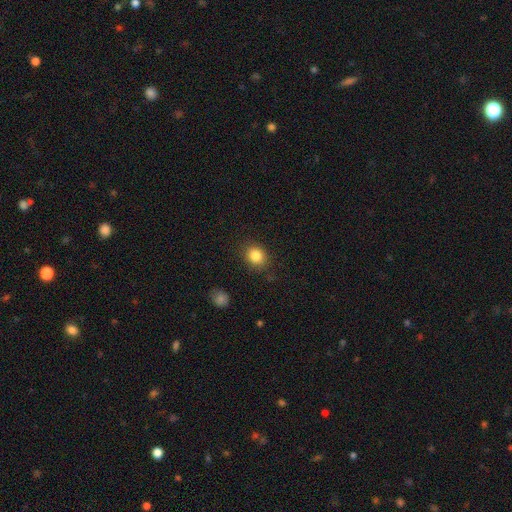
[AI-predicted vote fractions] A smooth galaxy with no disk features (84%) that is round (71%). Merging: none (86%).